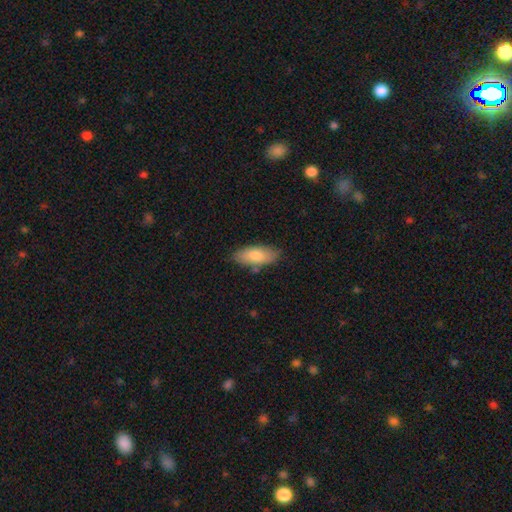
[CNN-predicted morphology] smooth_or_featured: smooth (p=0.79) [alt: featured or disk p=0.15]
how_rounded: in between (p=0.83) [alt: cigar-shaped p=0.15]
merging: none (p=0.79) [alt: minor disturbance p=0.15]